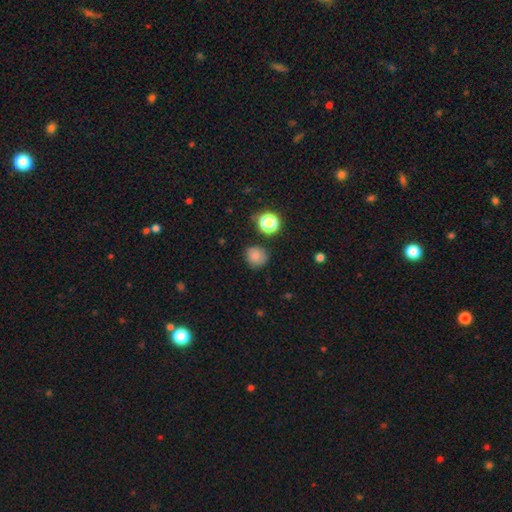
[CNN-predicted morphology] smooth_or_featured: smooth (p=0.81) [alt: star or artifact p=0.14]
how_rounded: round (p=0.87) [alt: in between p=0.13]
merging: none (p=0.79) [alt: minor disturbance p=0.14]